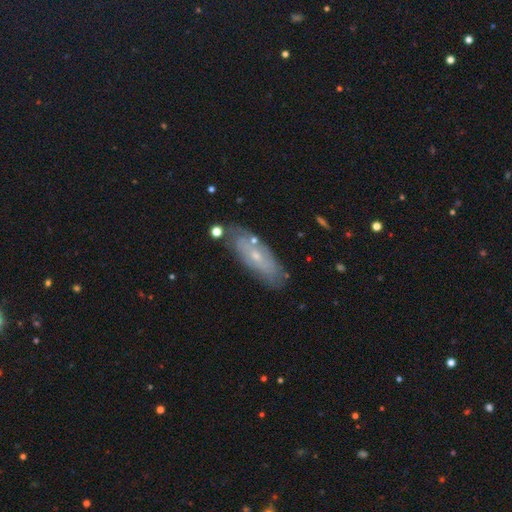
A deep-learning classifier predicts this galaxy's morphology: Smooth or featured? Predicted: featured or disk (p=0.58). Edge-on disk? Predicted: no (p=0.76). Merging? Predicted: none (p=0.76).